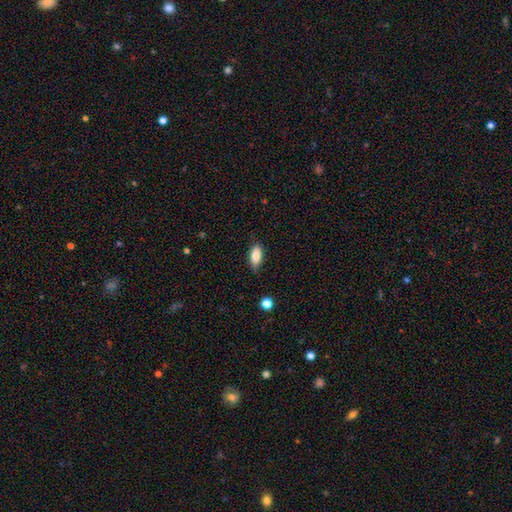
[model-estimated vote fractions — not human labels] The model was most divided on "how rounded": in between: 81%, cigar-shaped: 16%, round: 3%. More confident: smooth or featured — smooth (82%); merging — none (81%).